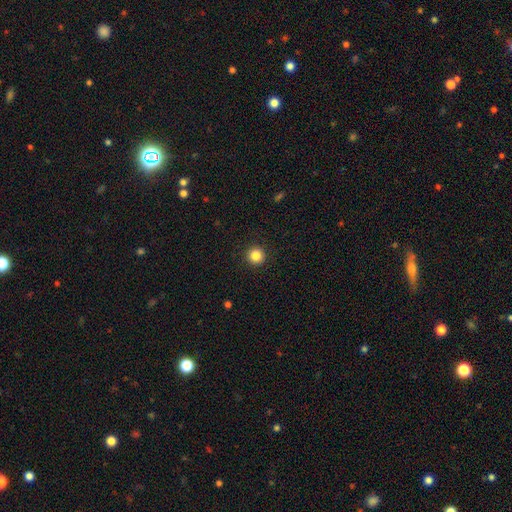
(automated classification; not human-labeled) Smooth or featured? Predicted: smooth (p=0.84). How rounded? Predicted: round (p=0.96). Merging? Predicted: none (p=0.93).